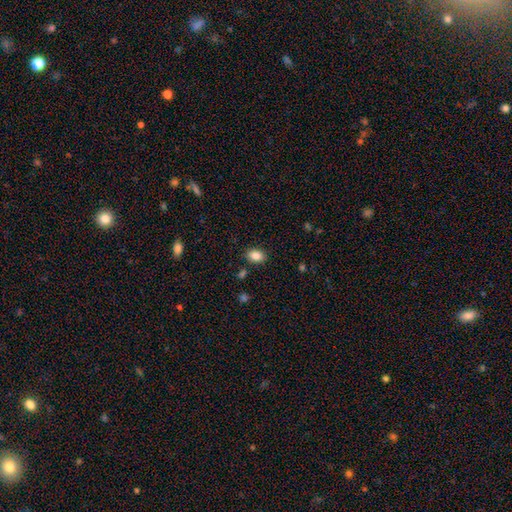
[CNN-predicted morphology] Overall: smooth (87%). How rounded: in between (82%). Merging: none (85%).